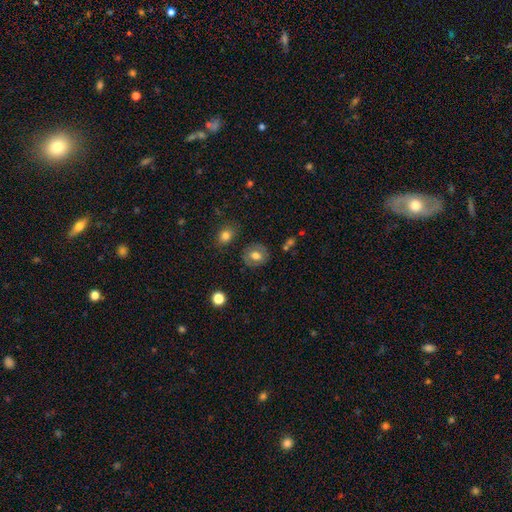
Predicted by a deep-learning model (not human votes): Smooth or featured? smooth (66%)
How rounded? round (66%)
Merging? none (81%)